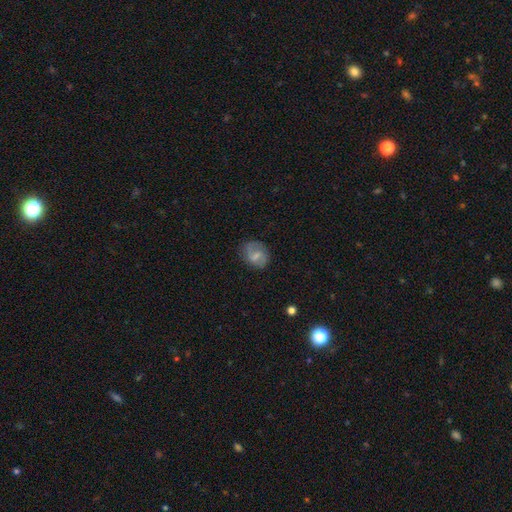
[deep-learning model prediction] Smooth or featured?
  - featured or disk: 50% *
  - smooth: 43%
  - star or artifact: 8%
Merging?
  - none: 76% *
  - minor disturbance: 17%
  - major disturbance: 6%
  - merger: 1%